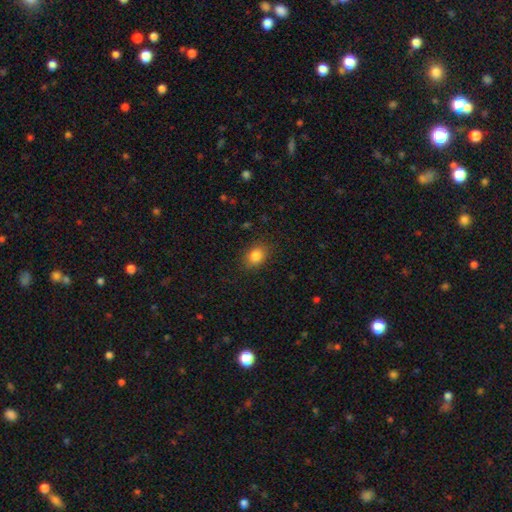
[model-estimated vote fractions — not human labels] This appears to be a smooth galaxy with no disk features (85%) that is in between round and cigar-shaped (59%). Merging: none (85%).